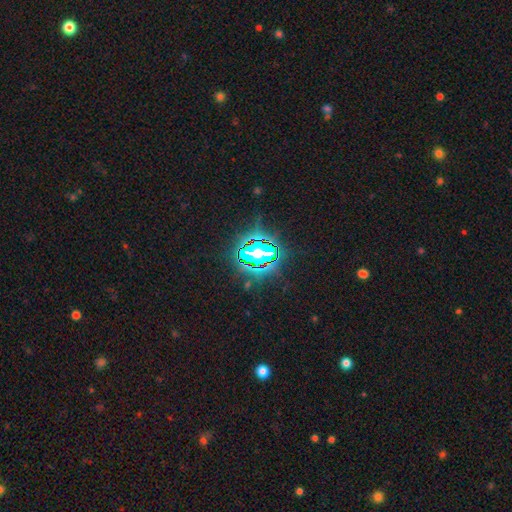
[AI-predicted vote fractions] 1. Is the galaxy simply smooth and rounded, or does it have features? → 75% star or artifact, 14% smooth, 12% featured or disk.